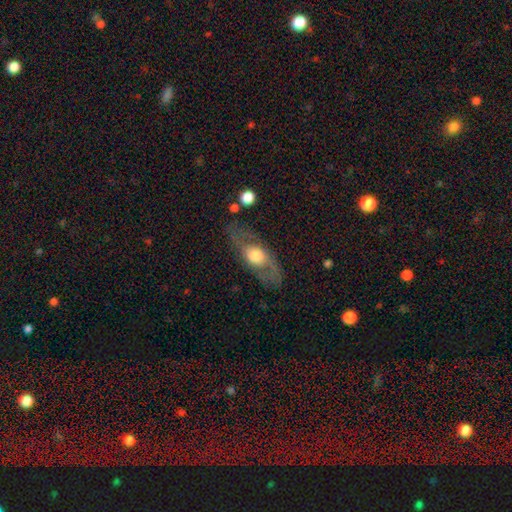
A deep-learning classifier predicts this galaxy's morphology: Smooth or featured: featured or disk — 58% (smooth — 36%)
Edge-on disk: no — 68% (yes — 32%)
Merging: none — 70% (minor disturbance — 17%)